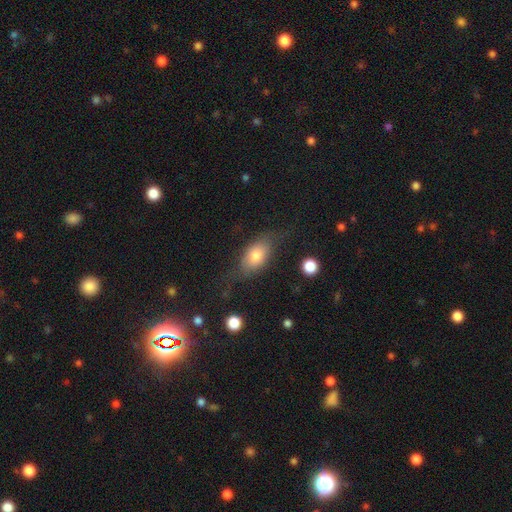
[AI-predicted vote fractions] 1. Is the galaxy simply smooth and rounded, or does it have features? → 68% smooth, 23% featured or disk, 8% star or artifact.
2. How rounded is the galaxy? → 81% in between, 10% round, 9% cigar-shaped.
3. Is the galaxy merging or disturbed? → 63% none, 23% minor disturbance, 12% major disturbance, 2% merger.